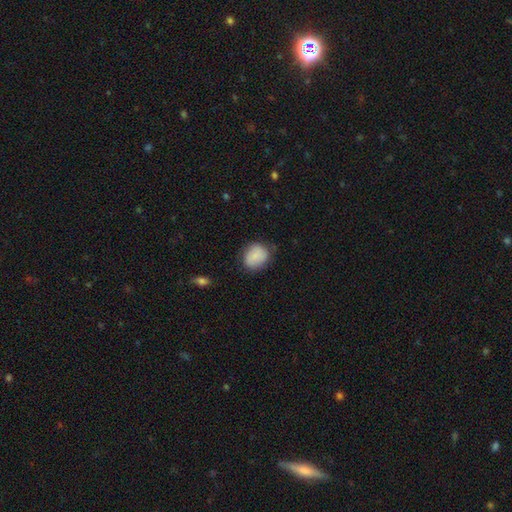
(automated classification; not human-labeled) A smooth galaxy with no disk features (82%) that is round (56%). Merging: none (72%).